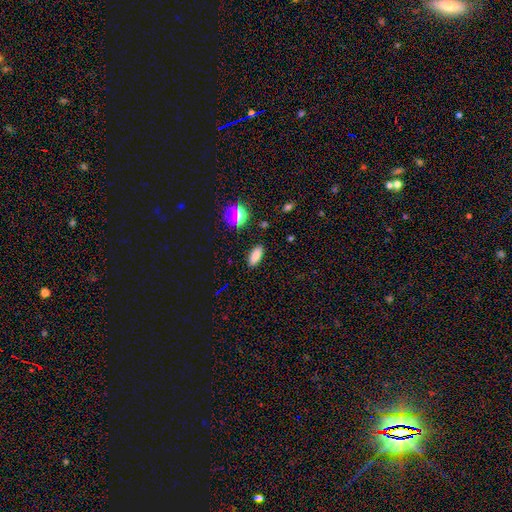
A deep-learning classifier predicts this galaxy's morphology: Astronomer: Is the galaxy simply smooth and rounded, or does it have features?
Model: smooth — 80%.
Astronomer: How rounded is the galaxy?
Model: in between — 81%.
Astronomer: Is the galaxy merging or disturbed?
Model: none — 89%.